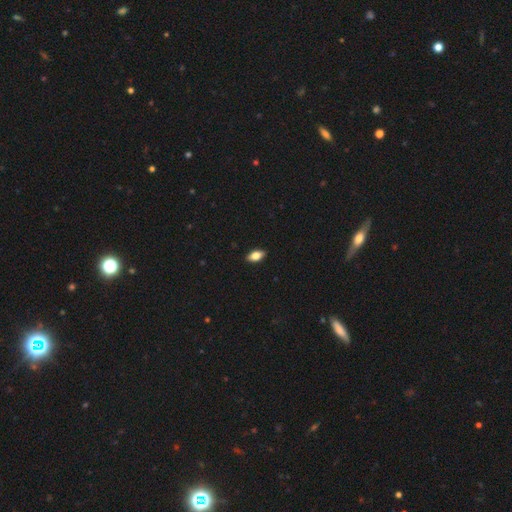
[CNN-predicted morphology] Smooth or featured? smooth (75%)
How rounded? in between (89%)
Merging? none (90%)